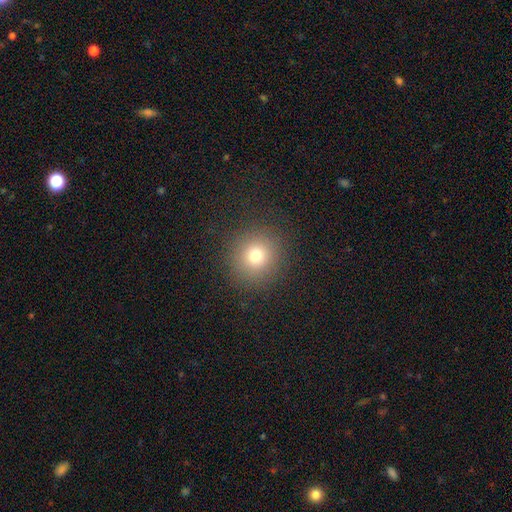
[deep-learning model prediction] smooth-or-featured: smooth: 75% | star or artifact: 16% | featured or disk: 9%
  how-rounded: round: 92% | in between: 7% | cigar-shaped: 1%
  merging: none: 89% | minor disturbance: 6% | major disturbance: 3% | merger: 1%